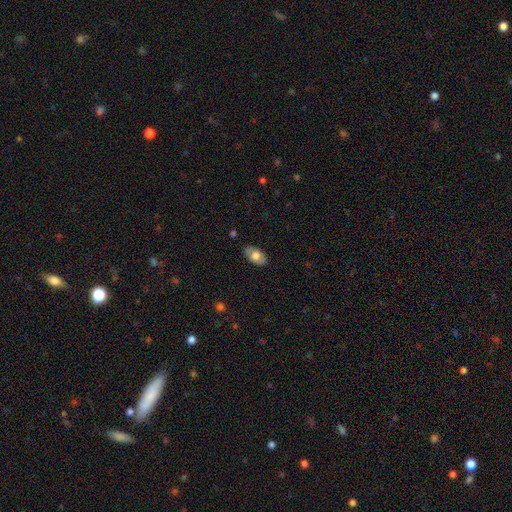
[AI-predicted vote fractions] smooth 66%, featured or disk 28%, star or artifact 6%. Down the decision tree: how rounded — in between (93%); merging — none (84%).